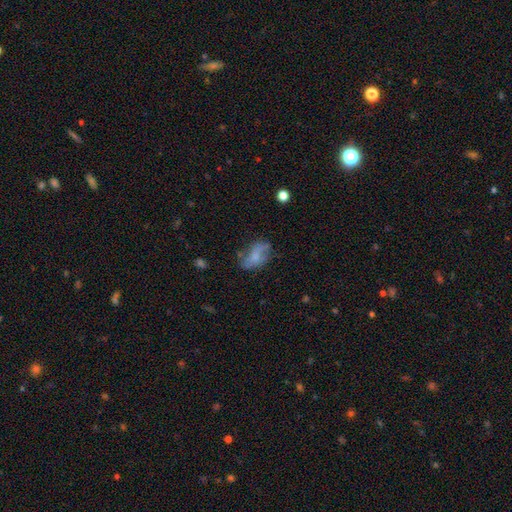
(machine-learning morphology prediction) A smooth galaxy with no disk features (51%) that is in between round and cigar-shaped (88%). Merging: none (54%).